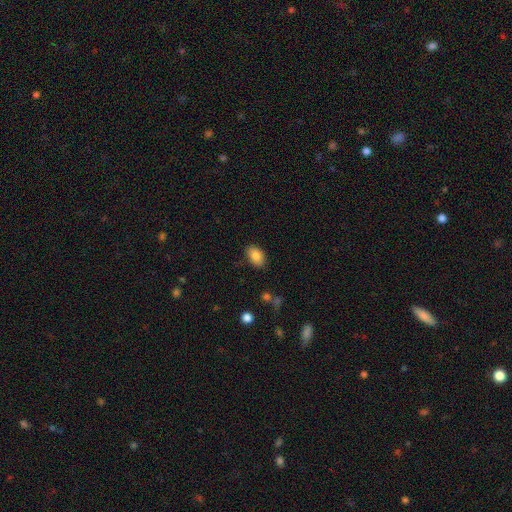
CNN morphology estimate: Q: Smooth or featured?
A: smooth (85%); runner-up: star or artifact (8%)
Q: How rounded?
A: in between (88%); runner-up: round (11%)
Q: Merging?
A: none (83%); runner-up: minor disturbance (12%)